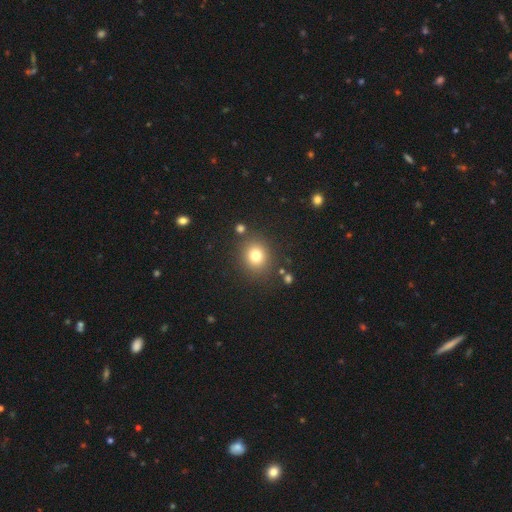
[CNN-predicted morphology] A smooth galaxy with no disk features (79%) that is round (83%). Merging: none (85%).